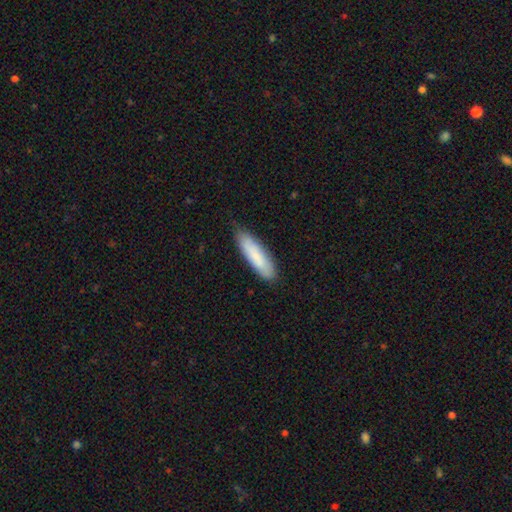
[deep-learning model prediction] smooth 80%, featured or disk 14%, star or artifact 6%. Down the decision tree: how rounded — cigar-shaped (63%); merging — none (79%).